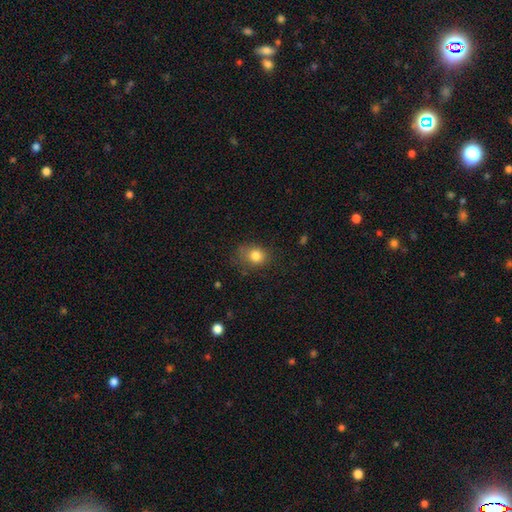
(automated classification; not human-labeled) This appears to be a smooth galaxy with no disk features (81%) that is round (62%). Merging: none (66%).